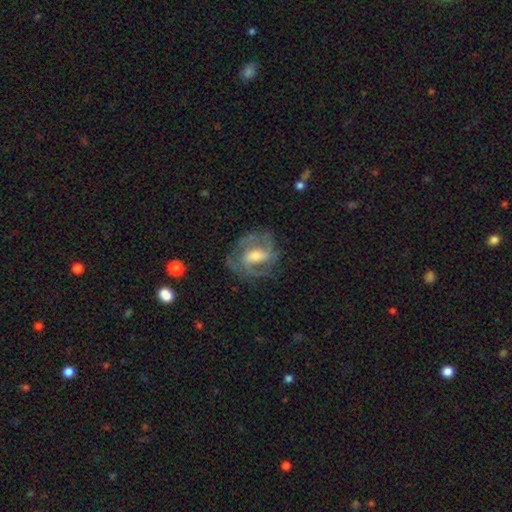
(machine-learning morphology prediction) type=featured or disk (82%); edge-on=no (96%); bar=weak (44%); spiral arms=yes (91%); winding=medium (45%); arm count=2 (51%); bulge=moderate (58%); merging=none (72%).